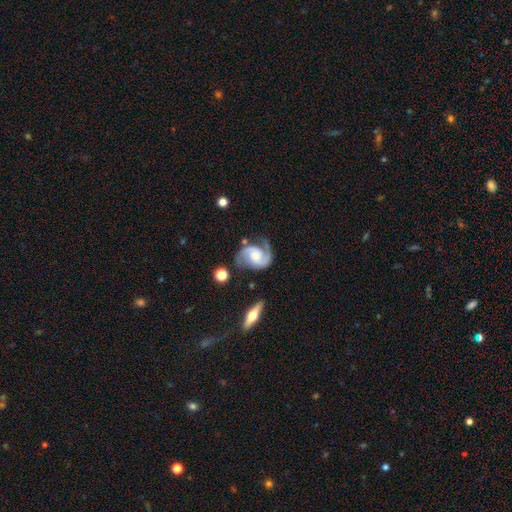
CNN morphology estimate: A featured or disk galaxy (89%) with no bar (59%), 2 (93%) medium (56%) spiral arms (98%) and a small central bulge (38%).

Vote fractions:
- Smooth or featured? featured or disk: 89% / smooth: 6% / star or artifact: 5%
- Edge-on disk? no: 98% / yes: 2%
- Bar? no: 59% / weak: 31% / strong: 10%
- Spiral arms? yes: 98% / no: 2%
- Spiral winding? medium: 56% / tight: 26% / loose: 18%
- Spiral arm count? 2: 93% / can't tell: 2% / 1: 2% / 3: 1% / 4: 1% / more than 4: 1%
- Bulge size? small: 38% / moderate: 36% / none: 14% / large: 9% / dominant: 2%
- Merging? none: 71% / minor disturbance: 18% / major disturbance: 7% / merger: 4%